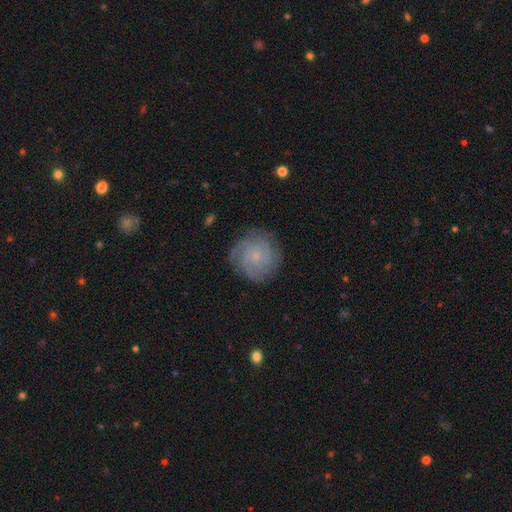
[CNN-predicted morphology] Smooth or featured? featured or disk (63%)
Edge-on disk? no (98%)
Bar? no (82%)
Spiral arms? yes (91%)
Spiral winding? tight (69%)
Spiral arm count? can't tell (40%)
Bulge size? small (80%)
Merging? none (78%)